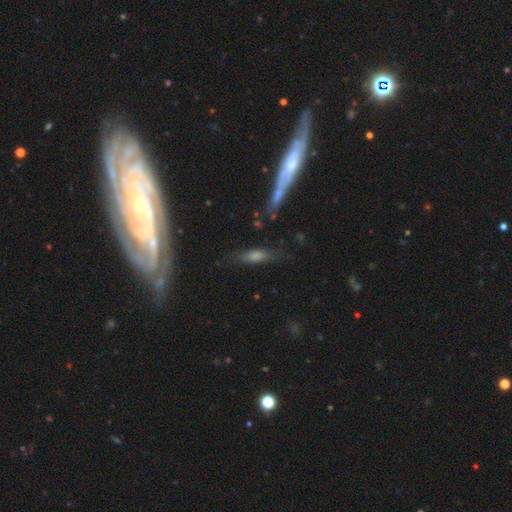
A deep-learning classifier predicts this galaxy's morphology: smooth_or_featured: featured or disk (p=0.44) [tied with: smooth p=0.44]
merging: none (p=0.65) [alt: minor disturbance p=0.20]